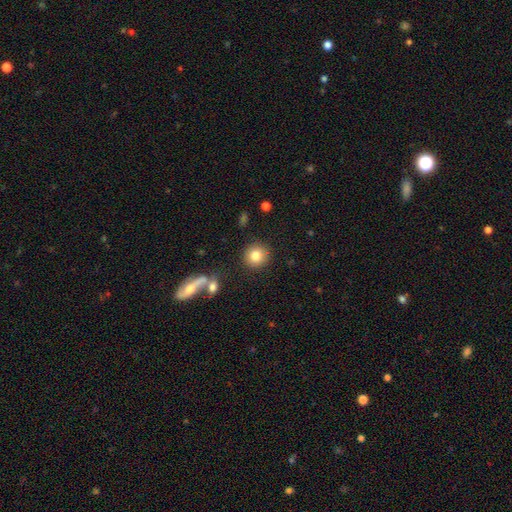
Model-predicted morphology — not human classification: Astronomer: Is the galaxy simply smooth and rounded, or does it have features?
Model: smooth — 82%.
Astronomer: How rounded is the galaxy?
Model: round — 92%.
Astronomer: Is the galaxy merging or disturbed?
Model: none — 86%.